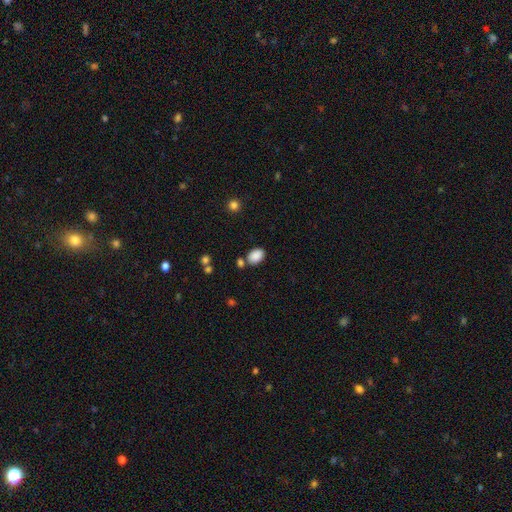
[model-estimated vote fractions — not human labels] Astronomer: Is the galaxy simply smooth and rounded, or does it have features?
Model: smooth — 87%.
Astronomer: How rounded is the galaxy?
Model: in between — 82%.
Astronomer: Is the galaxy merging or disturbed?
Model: none — 74%.